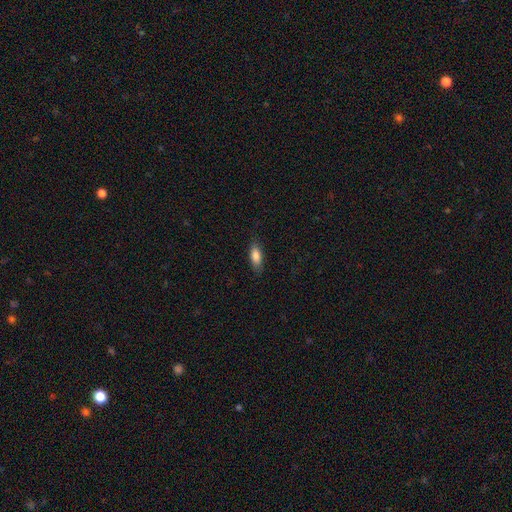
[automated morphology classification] Q: Smooth or featured?
A: smooth (85%); runner-up: featured or disk (9%)
Q: How rounded?
A: in between (76%); runner-up: cigar-shaped (21%)
Q: Merging?
A: none (81%); runner-up: minor disturbance (14%)